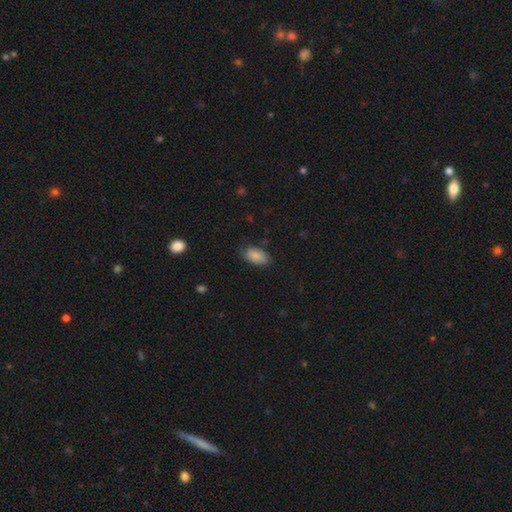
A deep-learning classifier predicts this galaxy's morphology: A smooth galaxy with no disk features (85%) that is in between round and cigar-shaped (92%). Merging: none (74%).